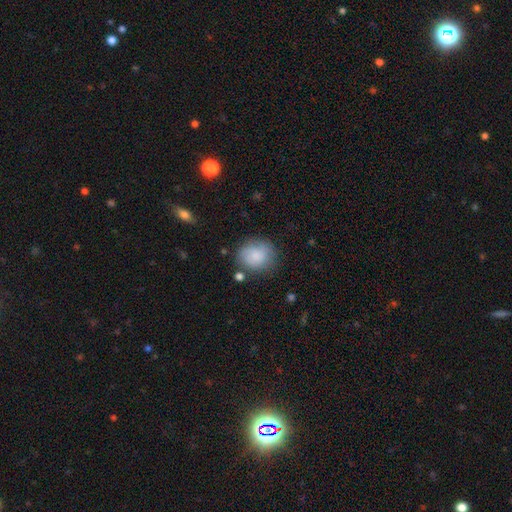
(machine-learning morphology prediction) Smooth or featured? smooth (73%)
How rounded? round (70%)
Merging? none (71%)